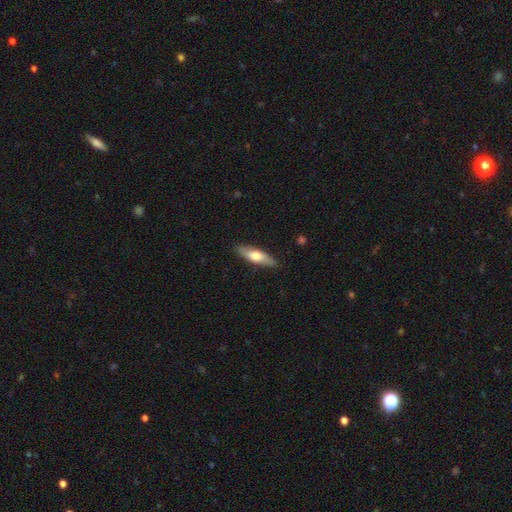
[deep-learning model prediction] Smooth or featured? Predicted: smooth (p=0.60). How rounded? Predicted: cigar-shaped (p=0.56). Merging? Predicted: none (p=0.87).